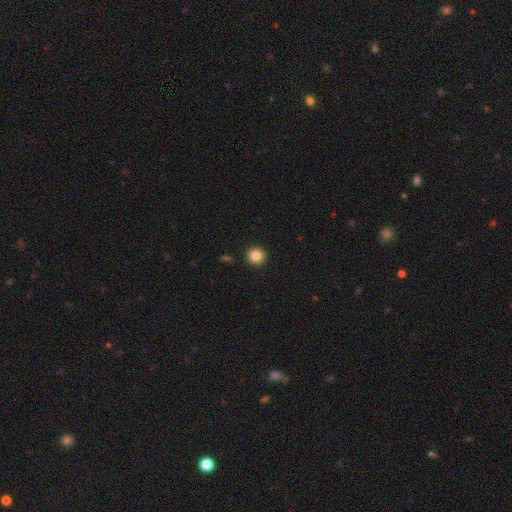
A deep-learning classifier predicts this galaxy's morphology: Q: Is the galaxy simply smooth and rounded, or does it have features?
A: smooth — 85%.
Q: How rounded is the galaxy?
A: round — 95%.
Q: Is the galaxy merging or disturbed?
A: none — 93%.